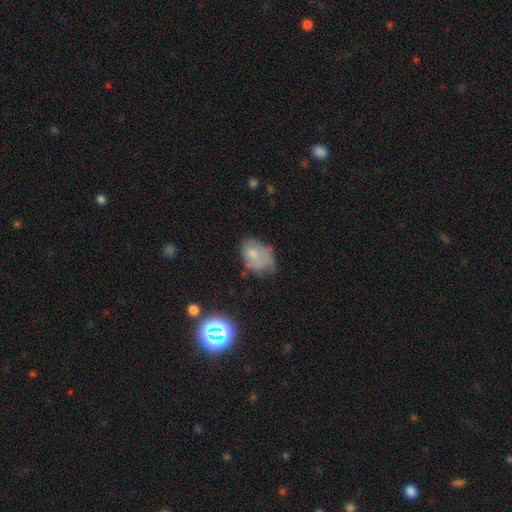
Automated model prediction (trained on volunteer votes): A smooth galaxy with no disk features (61%) that is in between round and cigar-shaped (81%). Merging: none (39%).